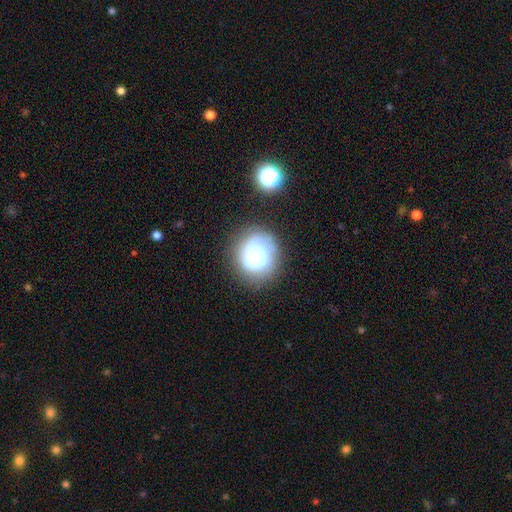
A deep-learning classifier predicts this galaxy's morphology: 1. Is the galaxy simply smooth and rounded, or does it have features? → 50% smooth, 39% featured or disk, 10% star or artifact.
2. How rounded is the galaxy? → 80% round, 19% in between, 1% cigar-shaped.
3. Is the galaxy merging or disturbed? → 61% none, 22% minor disturbance, 13% major disturbance, 5% merger.